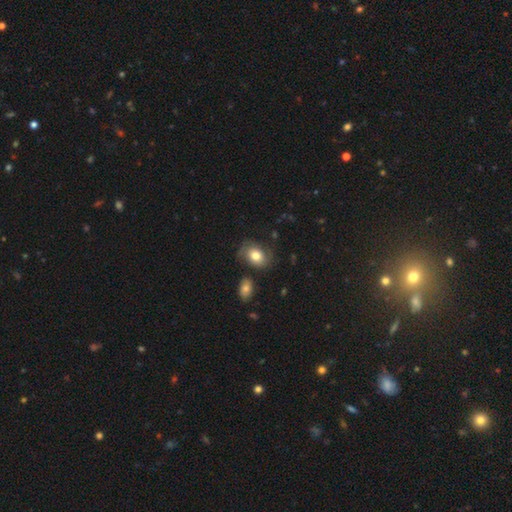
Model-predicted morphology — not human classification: The model was most divided on "how rounded": in between: 59%, round: 40%, cigar-shaped: 1%. More confident: merging — none (65%); smooth or featured — smooth (60%).